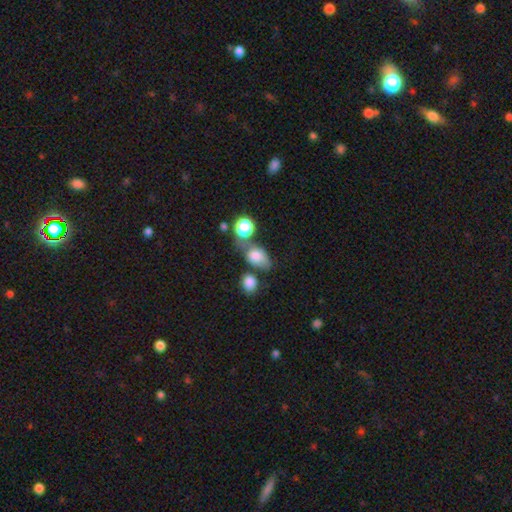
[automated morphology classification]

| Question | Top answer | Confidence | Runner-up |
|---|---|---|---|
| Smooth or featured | smooth | 74% | featured or disk (15%) |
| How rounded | in between | 77% | round (21%) |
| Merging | none | 43% | merger (27%) |